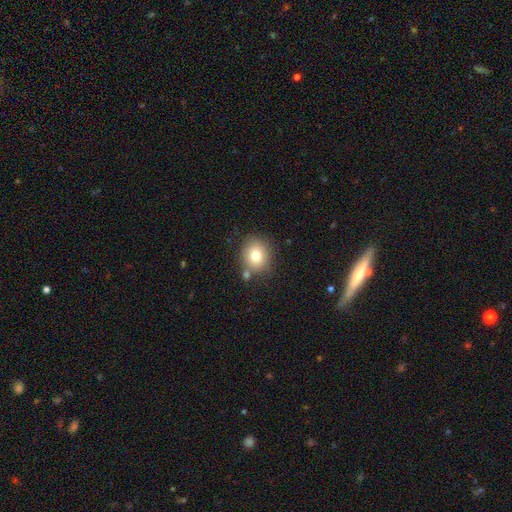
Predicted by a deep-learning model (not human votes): Q: Smooth or featured?
A: smooth (78%); runner-up: featured or disk (12%)
Q: How rounded?
A: round (71%); runner-up: in between (28%)
Q: Merging?
A: none (74%); runner-up: minor disturbance (12%)